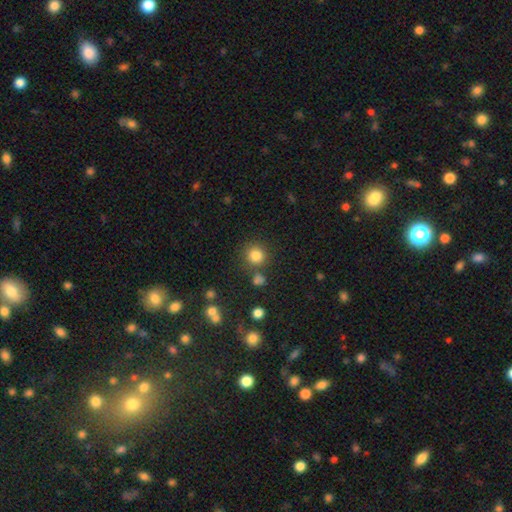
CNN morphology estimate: This appears to be a smooth galaxy with no disk features (82%) that is round (92%). Merging: none (78%).